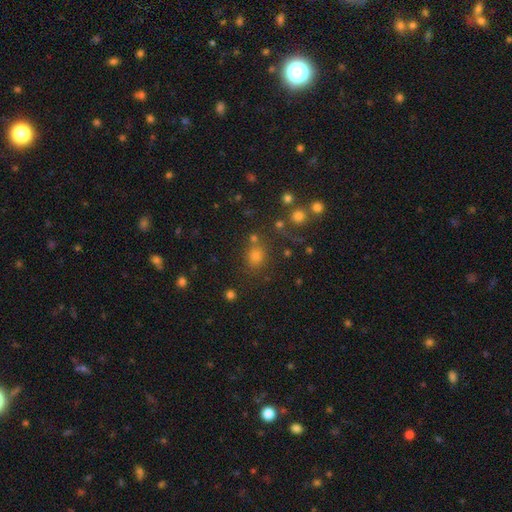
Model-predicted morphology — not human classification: Smooth or featured?
  - smooth: 69% *
  - star or artifact: 24%
  - featured or disk: 7%
How rounded?
  - round: 74% *
  - in between: 24%
  - cigar-shaped: 1%
Merging?
  - none: 74% *
  - minor disturbance: 11%
  - merger: 9%
  - major disturbance: 6%